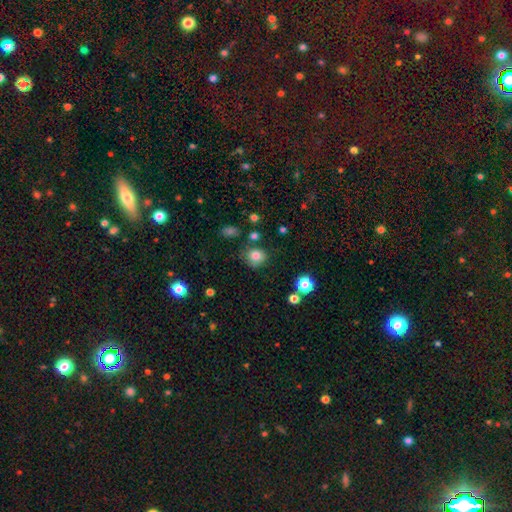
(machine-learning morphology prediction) Smooth or featured? smooth (81%)
How rounded? round (79%)
Merging? none (72%)